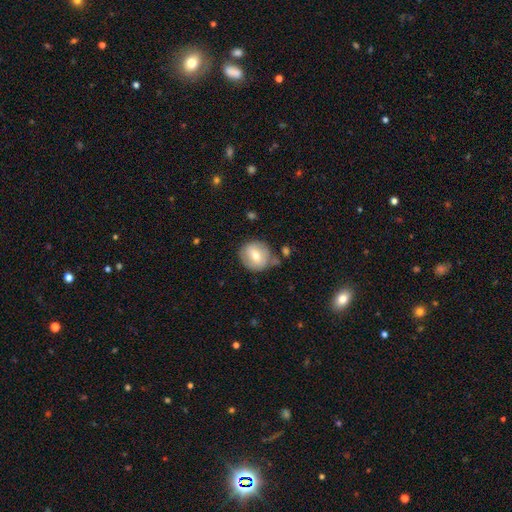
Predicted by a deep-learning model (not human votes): Smooth or featured? smooth (62%)
How rounded? round (83%)
Merging? none (65%)